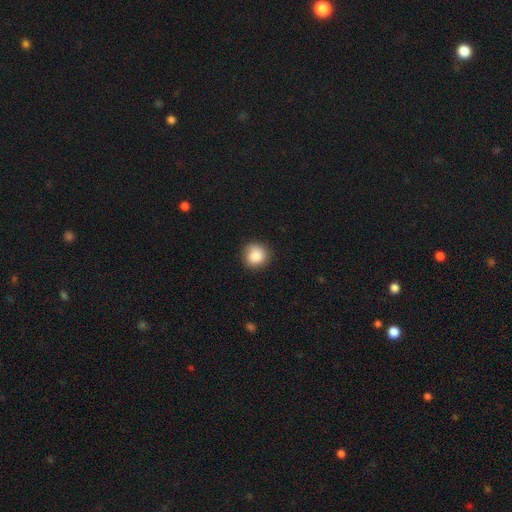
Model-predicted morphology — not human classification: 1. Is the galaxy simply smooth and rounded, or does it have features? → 87% smooth, 9% star or artifact, 4% featured or disk.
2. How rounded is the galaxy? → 92% round, 7% in between, 1% cigar-shaped.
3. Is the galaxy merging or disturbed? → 88% none, 9% minor disturbance, 2% major disturbance, 1% merger.